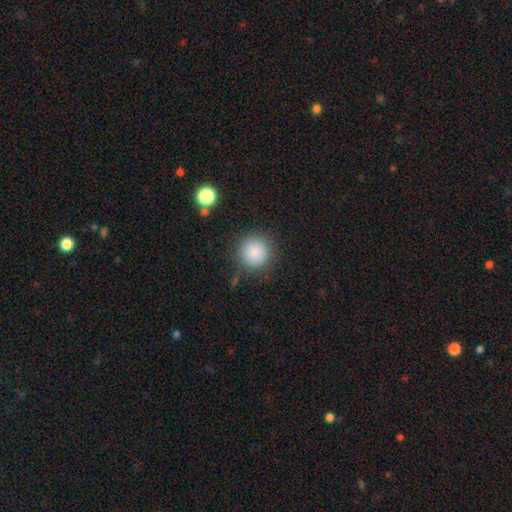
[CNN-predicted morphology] Overall: smooth (87%). How rounded: round (94%). Merging: none (85%).